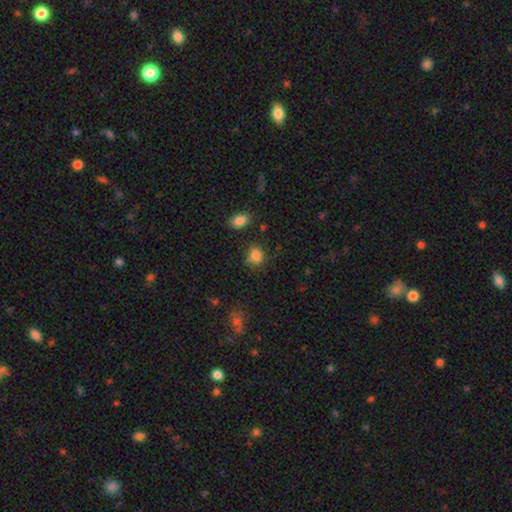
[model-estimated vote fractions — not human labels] A smooth galaxy with no disk features (83%) that is round (64%).

Vote fractions:
- Smooth or featured? smooth: 83% / star or artifact: 12% / featured or disk: 6%
- How rounded? round: 64% / in between: 35% / cigar-shaped: 1%
- Merging? none: 68% / minor disturbance: 21% / major disturbance: 6% / merger: 5%